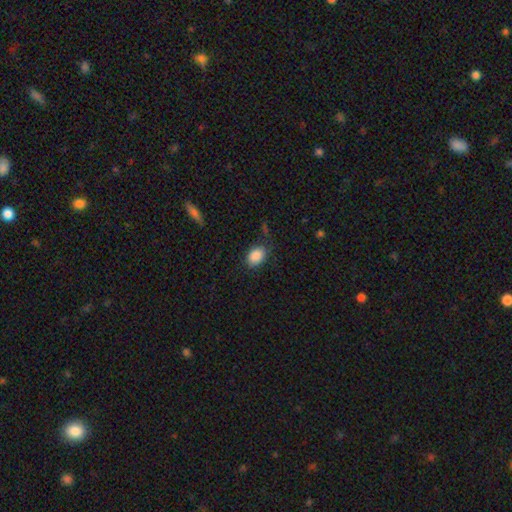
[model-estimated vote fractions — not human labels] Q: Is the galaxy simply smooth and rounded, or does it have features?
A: smooth — 88%.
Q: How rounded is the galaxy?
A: in between — 78%.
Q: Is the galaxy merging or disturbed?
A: none — 73%.